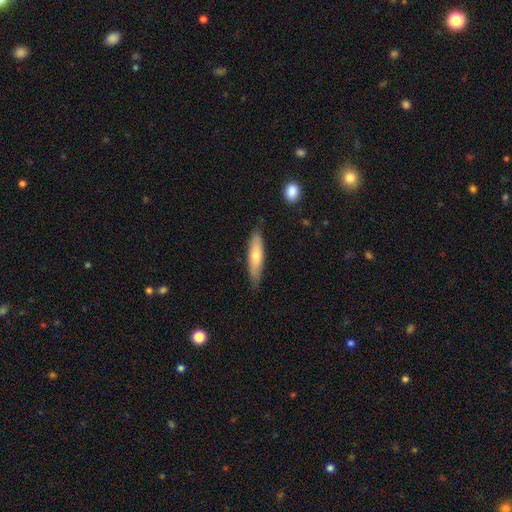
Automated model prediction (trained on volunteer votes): This is likely a smooth galaxy (62%). How rounded: likely cigar-shaped (76%). Merging: clearly none (81%).